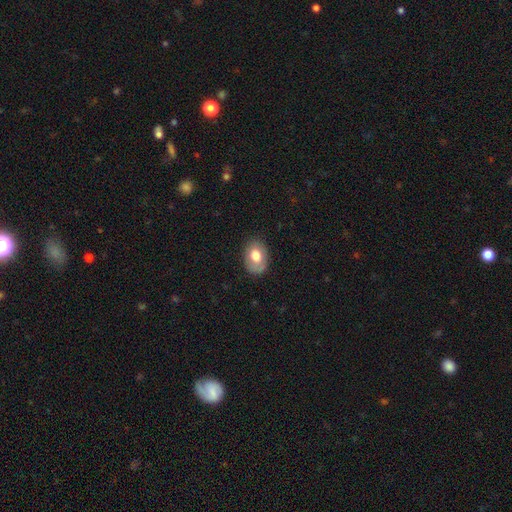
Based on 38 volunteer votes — Volunteers were most divided on "how rounded": in between: 71%, round: 29%, cigar-shaped: 0%. More confident: merging — none (80%); smooth or featured — smooth (74%).